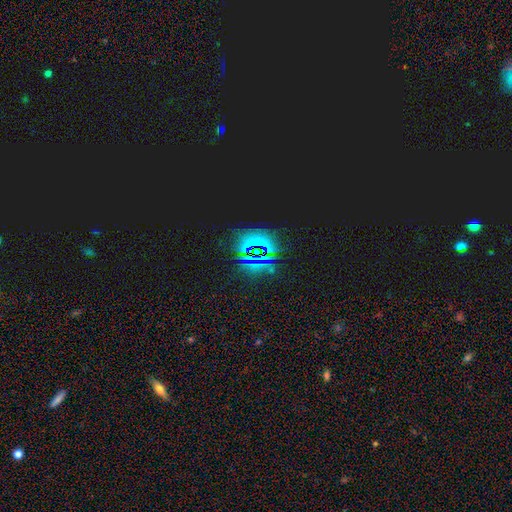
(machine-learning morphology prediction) Q: Smooth or featured?
A: star or artifact (81%); runner-up: smooth (12%)